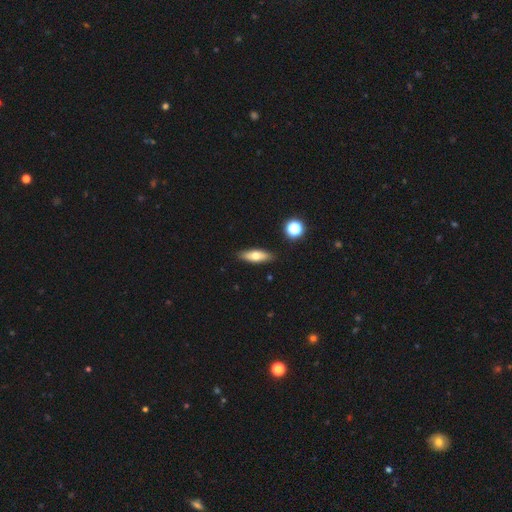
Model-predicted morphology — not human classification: Smooth or featured? smooth (63%)
How rounded? in between (58%)
Merging? none (88%)